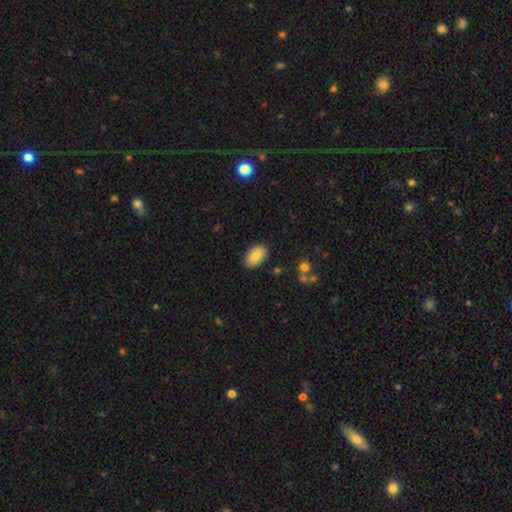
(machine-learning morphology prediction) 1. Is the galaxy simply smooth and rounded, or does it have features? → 83% smooth, 10% featured or disk, 7% star or artifact.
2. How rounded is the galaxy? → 93% in between, 5% round, 2% cigar-shaped.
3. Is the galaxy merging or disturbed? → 87% none, 10% minor disturbance, 2% major disturbance, 1% merger.